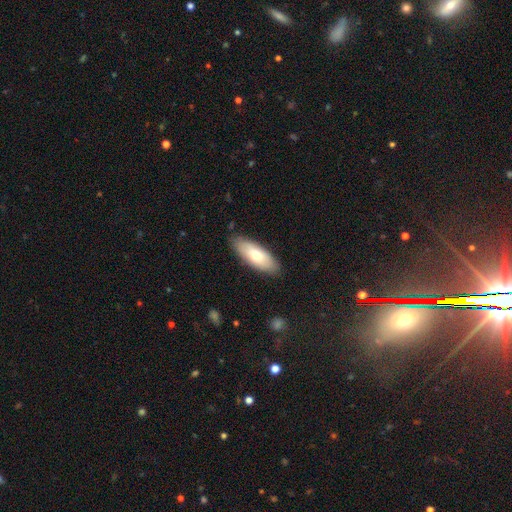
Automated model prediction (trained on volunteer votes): Morphology: type=smooth (73%); roundness=in between (74%); merging=none (85%).